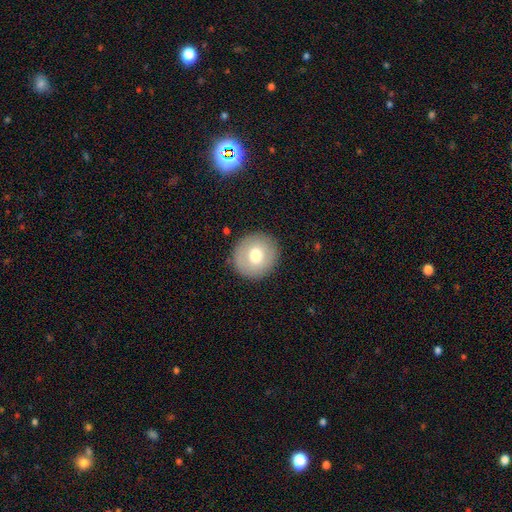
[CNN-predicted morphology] Smooth or featured? smooth (71%)
How rounded? round (90%)
Merging? none (89%)